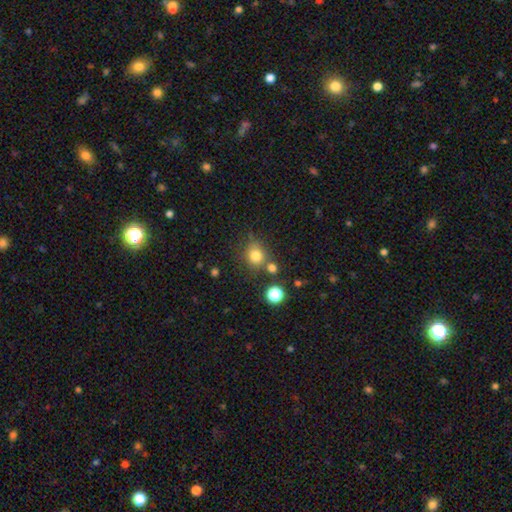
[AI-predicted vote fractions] A smooth galaxy with no disk features (78%) that is round (81%). Merging: none (67%).